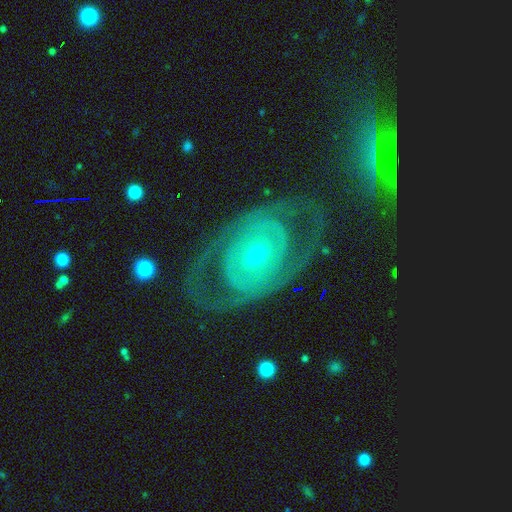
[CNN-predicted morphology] smooth_or_featured: featured or disk (p=0.84) [alt: smooth p=0.10]
disk_edge_on: no (p=0.96) [alt: yes p=0.04]
bar: no (p=0.68) [alt: weak p=0.21]
has_spiral_arms: yes (p=0.83) [alt: no p=0.17]
spiral_winding: tight (p=0.59) [alt: medium p=0.30]
spiral_arm_count: 2 (p=0.62) [alt: can't tell p=0.21]
bulge_size: small (p=0.67) [alt: moderate p=0.30]
merging: none (p=0.71) [alt: minor disturbance p=0.15]